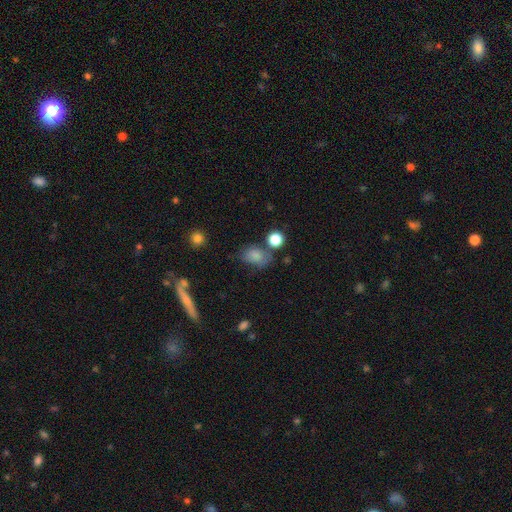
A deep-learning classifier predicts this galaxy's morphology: This appears to be a smooth galaxy with no disk features (79%) that is in between round and cigar-shaped (75%). Merging: none (54%).